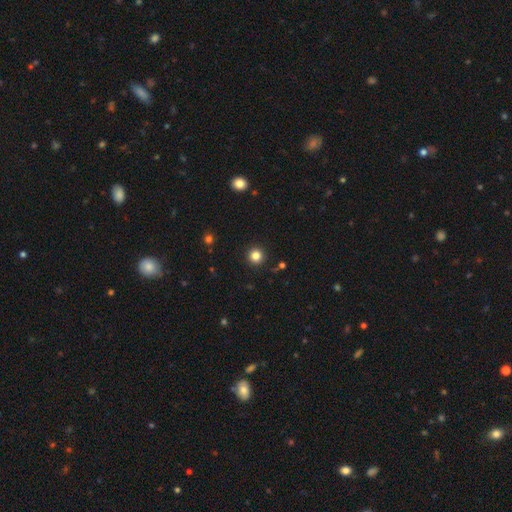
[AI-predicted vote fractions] smooth-or-featured: smooth: 82% | star or artifact: 13% | featured or disk: 5%
  how-rounded: round: 95% | in between: 4% | cigar-shaped: 1%
  merging: none: 92% | minor disturbance: 5% | major disturbance: 2% | merger: 1%